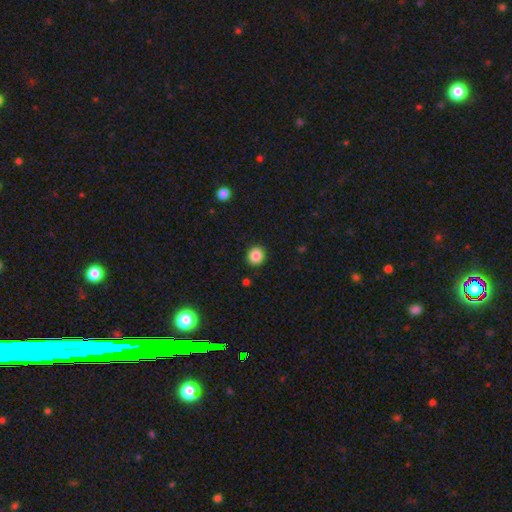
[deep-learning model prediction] Smooth or featured? smooth (86%)
How rounded? round (88%)
Merging? none (92%)